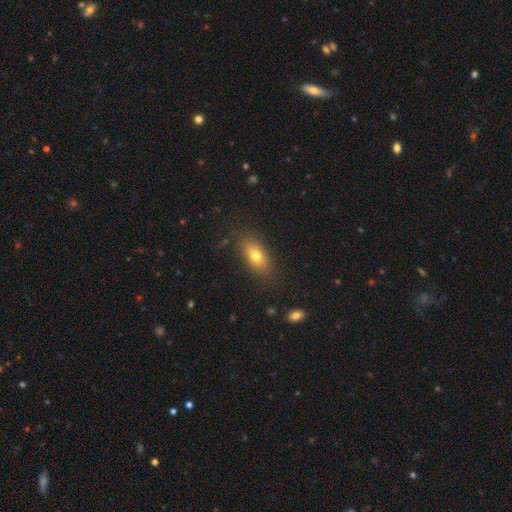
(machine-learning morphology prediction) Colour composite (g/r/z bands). It shows a smooth galaxy with no disk features (73%) that is in between round and cigar-shaped (83%). Merging: none (83%).